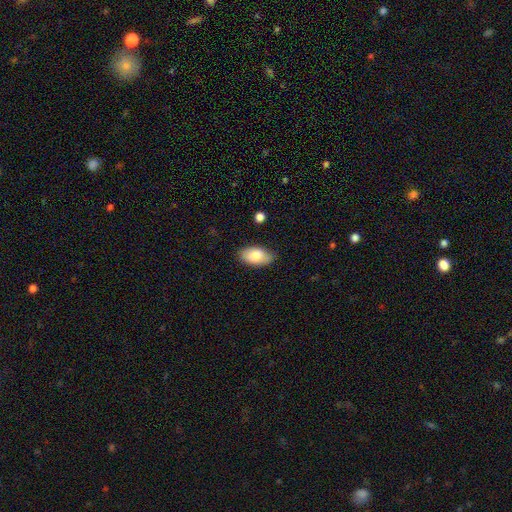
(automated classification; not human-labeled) Smooth or featured?
  - smooth: 80% *
  - featured or disk: 13%
  - star or artifact: 7%
How rounded?
  - in between: 94% *
  - round: 4%
  - cigar-shaped: 2%
Merging?
  - none: 81% *
  - minor disturbance: 15%
  - major disturbance: 3%
  - merger: 1%